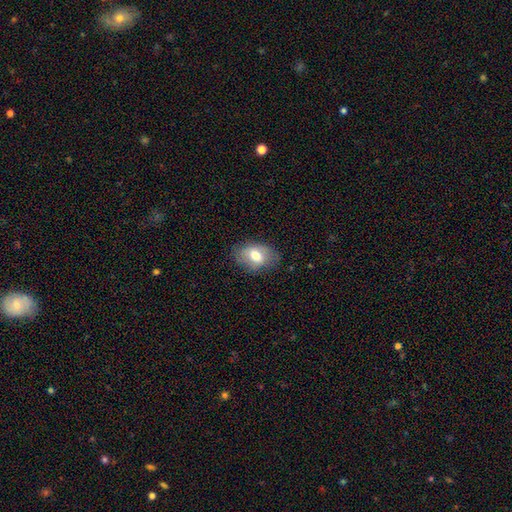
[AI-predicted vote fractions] Smooth or featured? smooth (68%)
How rounded? in between (82%)
Merging? none (76%)